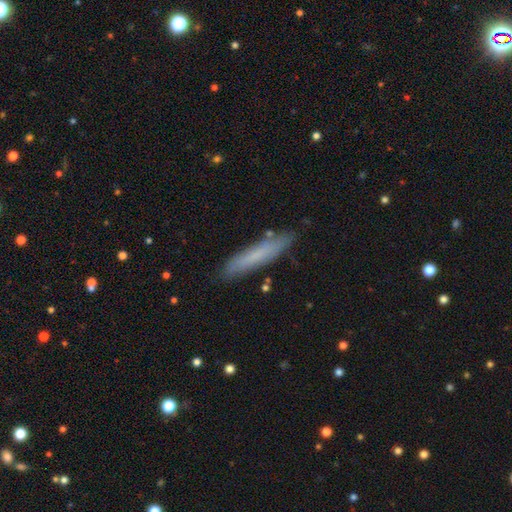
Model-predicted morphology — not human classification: Smooth or featured: smooth — 68% (featured or disk — 25%)
How rounded: cigar-shaped — 89% (in between — 10%)
Merging: none — 84% (minor disturbance — 12%)